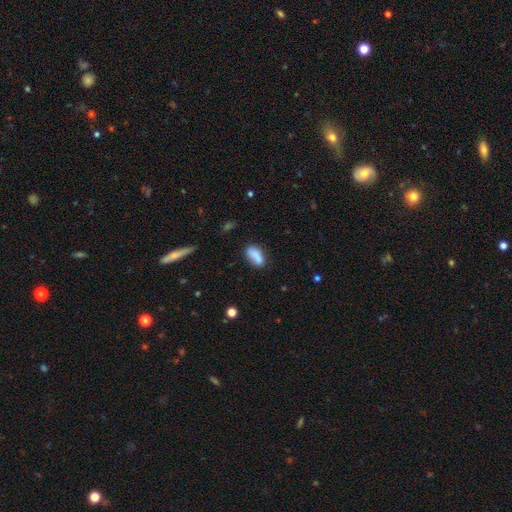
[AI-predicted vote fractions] Smooth or featured? Predicted: smooth (p=0.82). How rounded? Predicted: in between (p=0.88). Merging? Predicted: none (p=0.58).